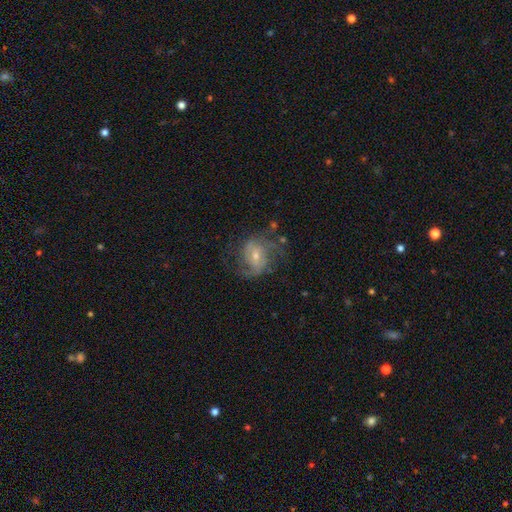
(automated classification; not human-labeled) smooth_or_featured: featured or disk (p=0.79) [alt: smooth p=0.14]
disk_edge_on: no (p=0.97) [alt: yes p=0.03]
bar: weak (p=0.44) [alt: no p=0.42]
has_spiral_arms: yes (p=0.91) [alt: no p=0.09]
spiral_winding: medium (p=0.48) [alt: loose p=0.28]
spiral_arm_count: 2 (p=0.63) [alt: can't tell p=0.16]
bulge_size: small (p=0.50) [alt: moderate p=0.45]
merging: none (p=0.59) [alt: minor disturbance p=0.21]